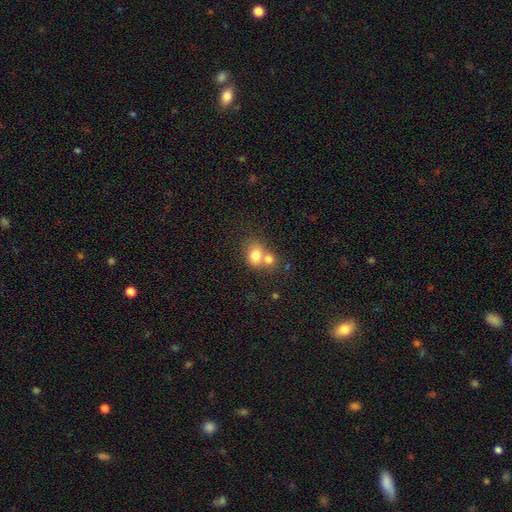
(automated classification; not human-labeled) Smooth or featured? smooth (77%)
How rounded? round (60%)
Merging? merger (58%)